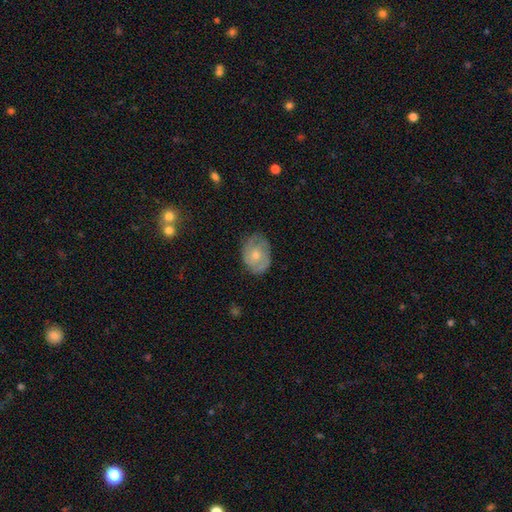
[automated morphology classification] Smooth or featured: featured or disk — 52% (smooth — 41%)
Edge-on disk: no — 96% (yes — 4%)
Merging: none — 72% (minor disturbance — 21%)